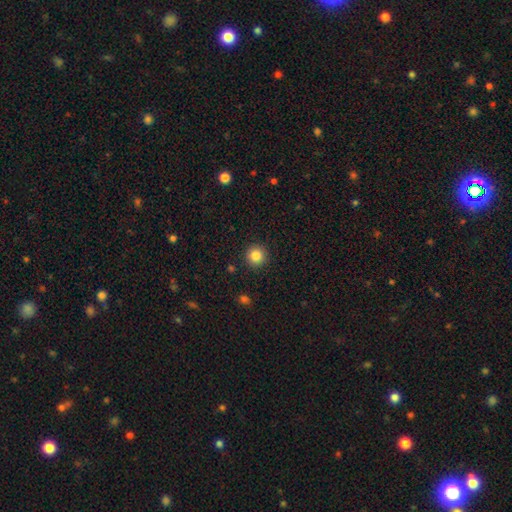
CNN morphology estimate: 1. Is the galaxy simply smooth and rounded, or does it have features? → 84% smooth, 11% star or artifact, 5% featured or disk.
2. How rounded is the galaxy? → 95% round, 4% in between, 1% cigar-shaped.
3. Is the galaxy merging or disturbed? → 92% none, 5% minor disturbance, 2% major disturbance, 1% merger.